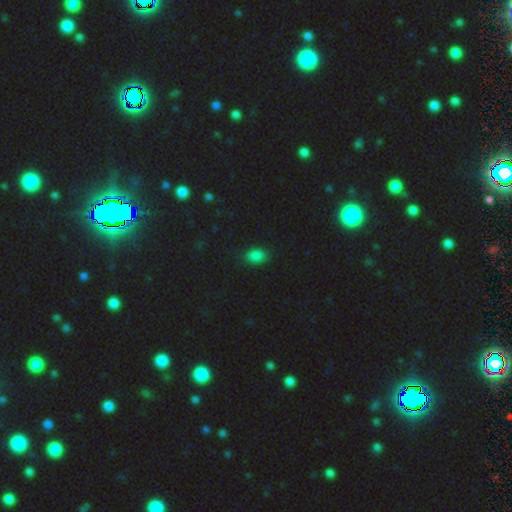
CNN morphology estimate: This appears to be a smooth galaxy with no disk features (81%) that is in between round and cigar-shaped (77%). Merging: none (86%).